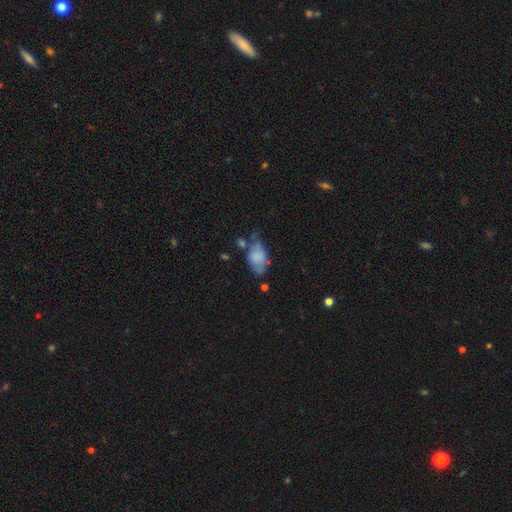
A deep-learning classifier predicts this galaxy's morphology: A smooth galaxy with no disk features (62%) that is in between round and cigar-shaped (88%). Merging: none (36%).